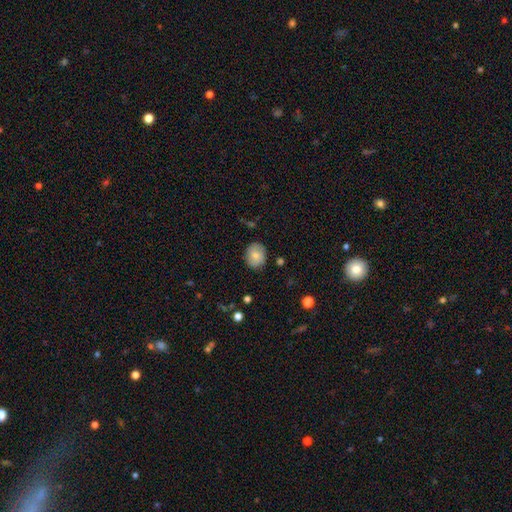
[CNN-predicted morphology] A smooth galaxy with no disk features (68%) that is round (66%). Merging: none (82%).